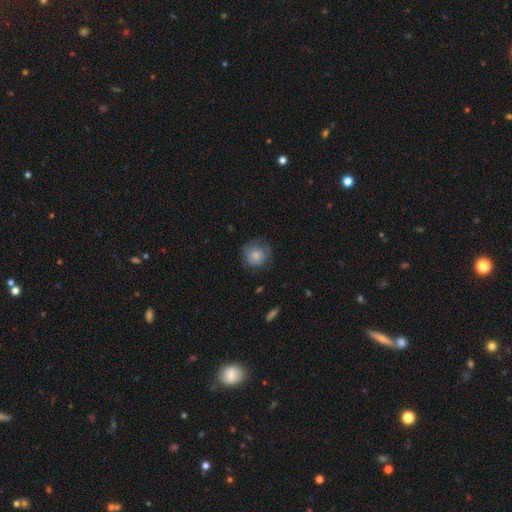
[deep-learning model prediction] smooth-or-featured: smooth: 77% | featured or disk: 15% | star or artifact: 8%
  how-rounded: round: 88% | in between: 11% | cigar-shaped: 1%
  merging: none: 67% | minor disturbance: 24% | major disturbance: 8% | merger: 1%